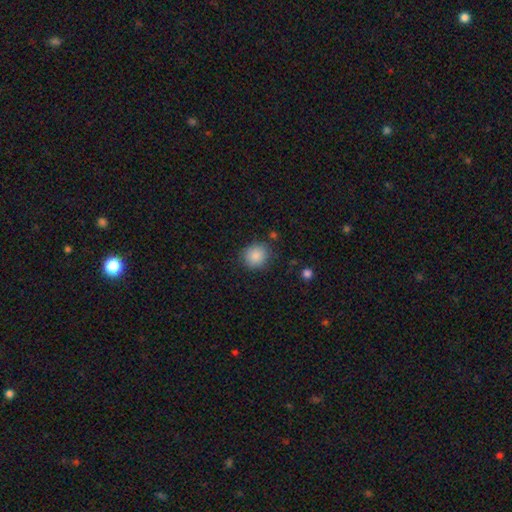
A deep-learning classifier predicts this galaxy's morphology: The model was most divided on "how rounded": round: 85%, in between: 14%, cigar-shaped: 1%. More confident: smooth or featured — smooth (87%); merging — none (84%).